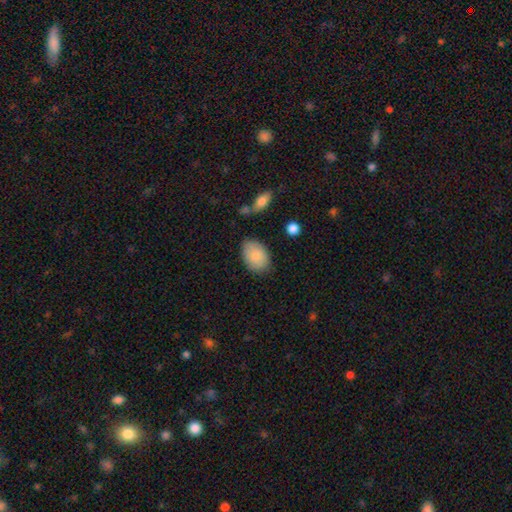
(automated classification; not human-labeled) Q: Smooth or featured?
A: smooth (86%); runner-up: featured or disk (7%)
Q: How rounded?
A: in between (84%); runner-up: round (15%)
Q: Merging?
A: none (80%); runner-up: minor disturbance (14%)